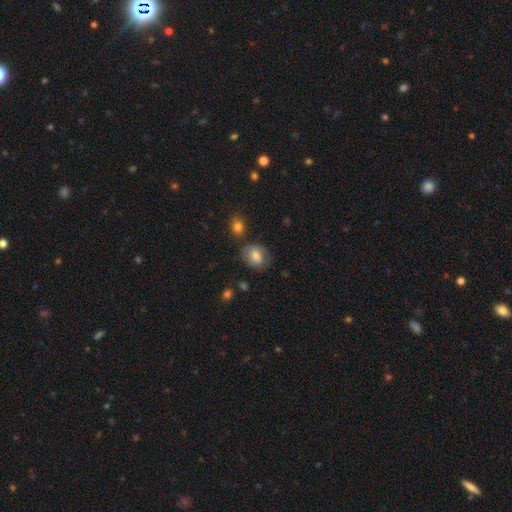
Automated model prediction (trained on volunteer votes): Smooth or featured? Predicted: smooth (p=0.74). How rounded? Predicted: round (p=0.52). Merging? Predicted: none (p=0.67).